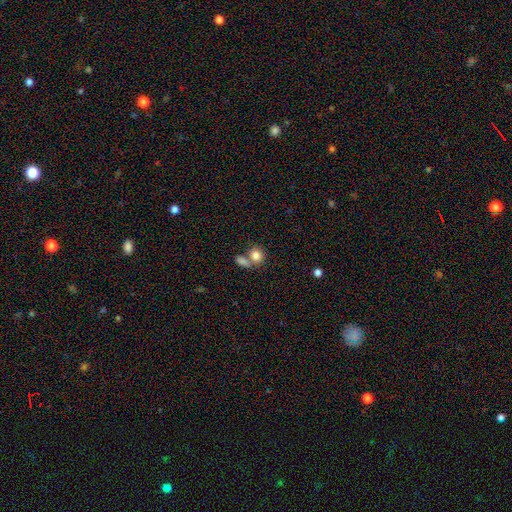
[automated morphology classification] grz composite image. It shows a smooth galaxy with no disk features (82%) that is round (75%). Merging: none (47%).